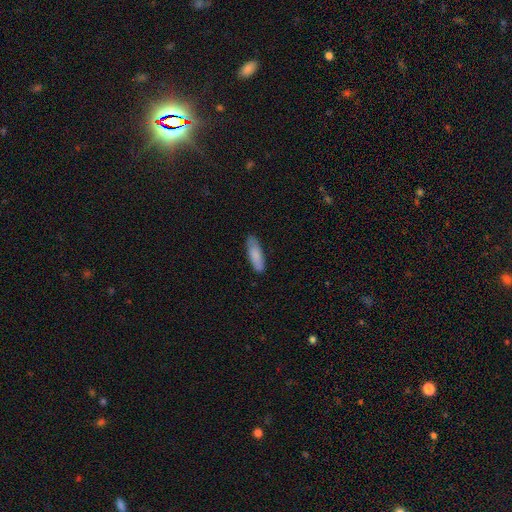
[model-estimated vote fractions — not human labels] Smooth or featured? smooth (86%)
How rounded? cigar-shaped (57%)
Merging? none (84%)